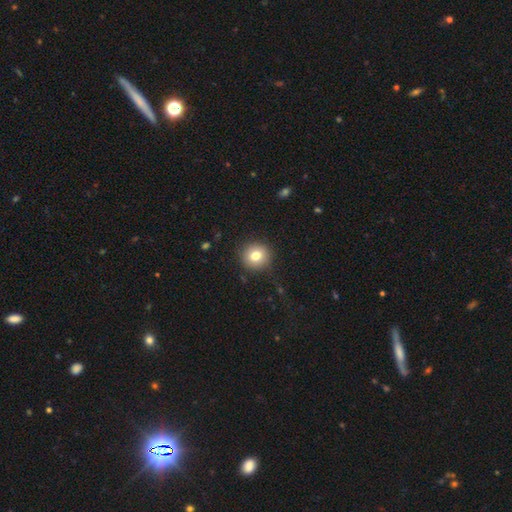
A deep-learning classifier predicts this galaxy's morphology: Overall: smooth (78%). How rounded: round (93%). Merging: none (88%).